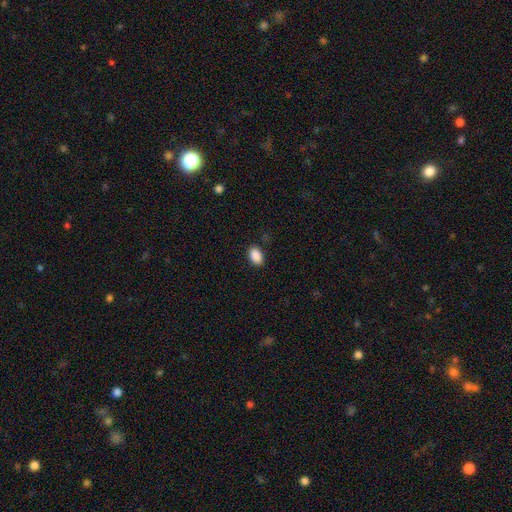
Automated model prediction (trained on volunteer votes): Smooth or featured? smooth (89%)
How rounded? in between (86%)
Merging? none (88%)